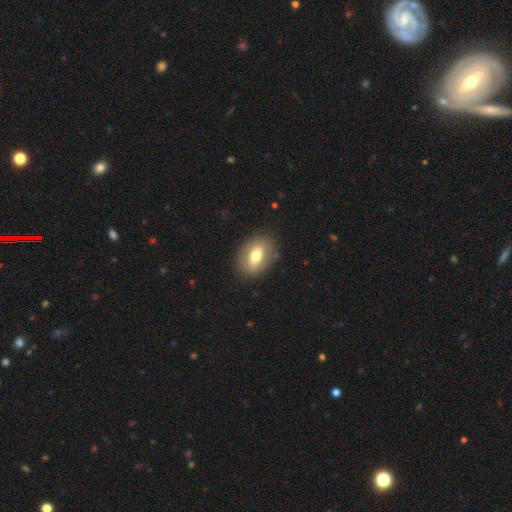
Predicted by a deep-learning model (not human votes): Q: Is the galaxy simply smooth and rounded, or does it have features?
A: smooth — 61%.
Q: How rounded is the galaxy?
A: in between — 74%.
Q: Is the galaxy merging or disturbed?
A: none — 84%.